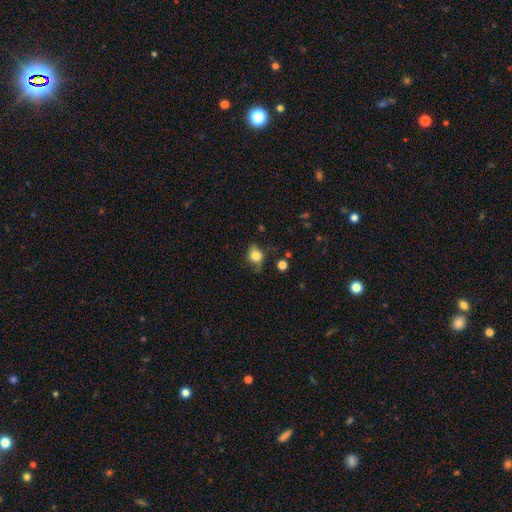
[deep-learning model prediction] Q: Smooth or featured?
A: smooth (75%); runner-up: featured or disk (15%)
Q: How rounded?
A: in between (52%); runner-up: round (46%)
Q: Merging?
A: none (55%); runner-up: minor disturbance (30%)